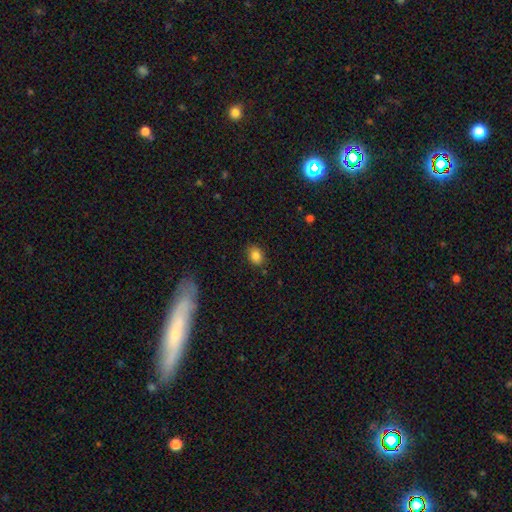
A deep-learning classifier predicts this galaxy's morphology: This appears to be a smooth galaxy with no disk features (83%) that is in between round and cigar-shaped (61%). Merging: none (84%).